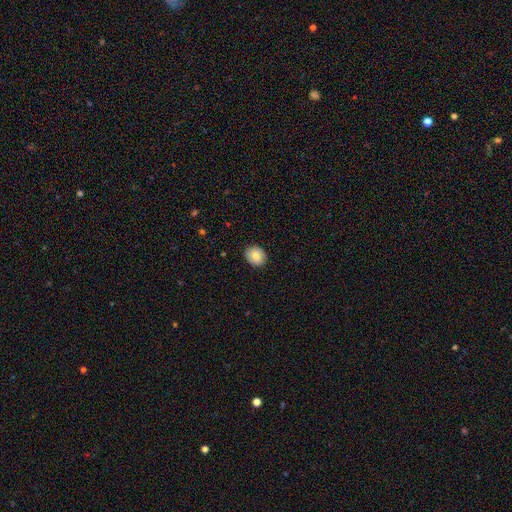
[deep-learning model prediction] Smooth or featured? Predicted: smooth (p=0.81). How rounded? Predicted: round (p=0.72). Merging? Predicted: none (p=0.89).